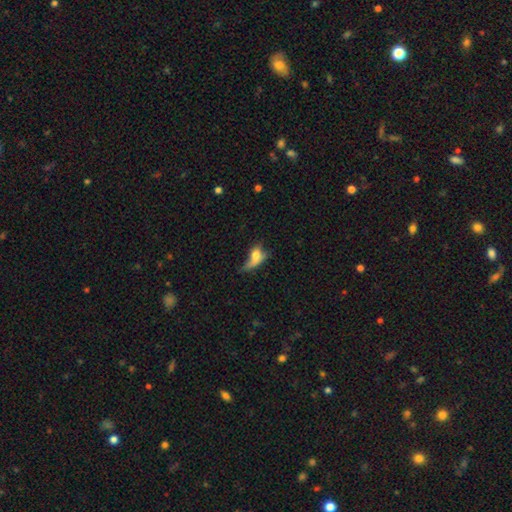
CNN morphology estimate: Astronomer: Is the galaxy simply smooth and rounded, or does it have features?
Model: smooth — 57% (runner-up: featured or disk, 32%).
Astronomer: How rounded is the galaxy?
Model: in between — 63%.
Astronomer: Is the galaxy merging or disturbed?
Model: major disturbance — 40% (runner-up: none, 26%).